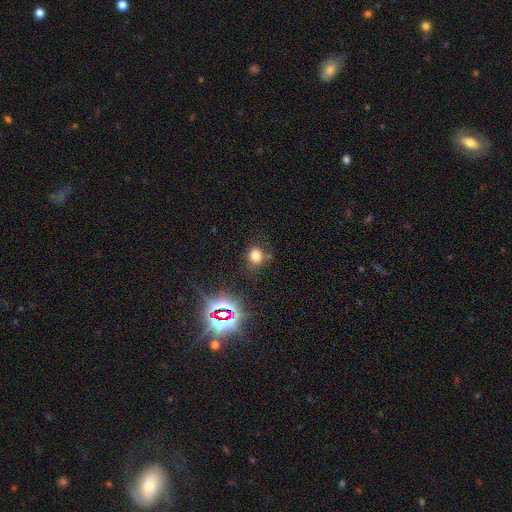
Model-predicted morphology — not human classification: Smooth or featured?
  - smooth: 69% *
  - star or artifact: 23%
  - featured or disk: 8%
How rounded?
  - round: 69% *
  - in between: 30%
  - cigar-shaped: 1%
Merging?
  - none: 77% *
  - minor disturbance: 13%
  - major disturbance: 5%
  - merger: 5%